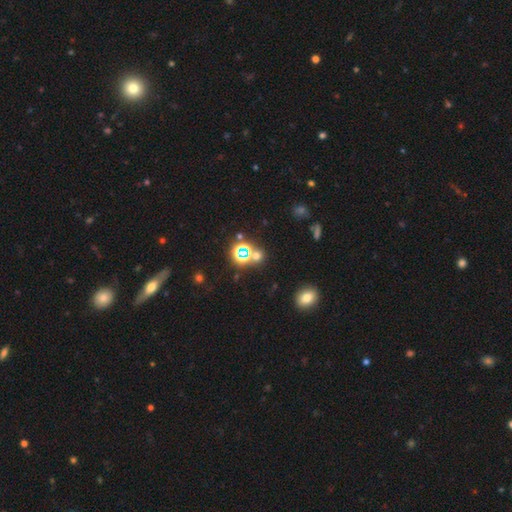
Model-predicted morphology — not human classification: A star or artifact, not a galaxy (56%).